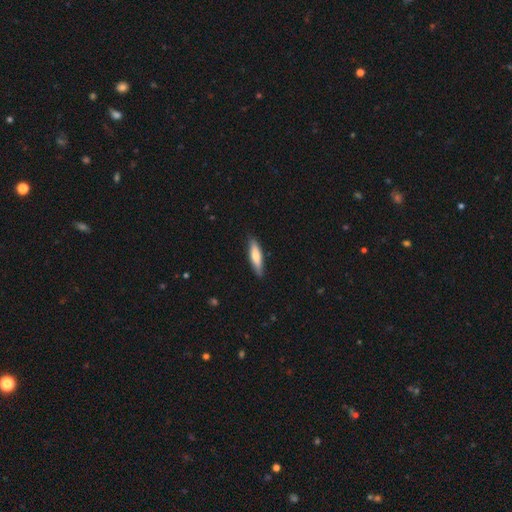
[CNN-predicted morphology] A smooth galaxy with no disk features (70%) that is cigar-shaped (71%).

Vote fractions:
- Smooth or featured? smooth: 70% / featured or disk: 25% / star or artifact: 5%
- How rounded? cigar-shaped: 71% / in between: 28% / round: 1%
- Merging? none: 86% / minor disturbance: 11% / major disturbance: 2% / merger: 1%